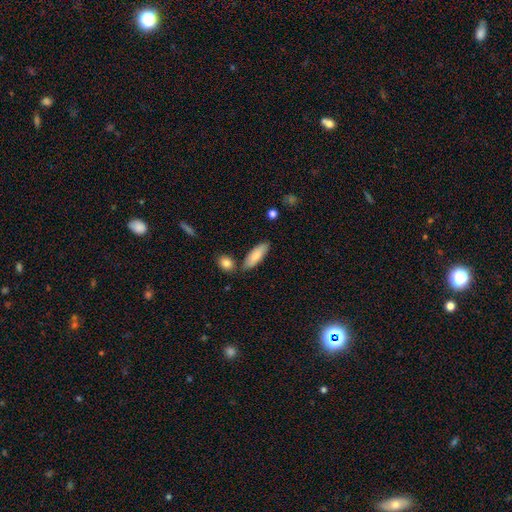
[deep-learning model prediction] Smooth or featured? smooth (76%)
How rounded? in between (66%)
Merging? none (77%)